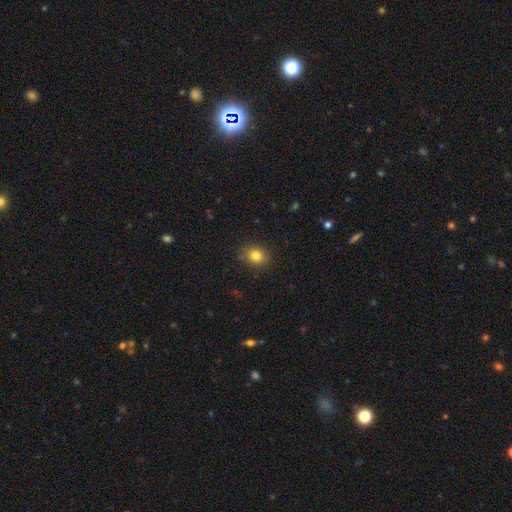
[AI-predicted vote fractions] smooth 82%, star or artifact 11%, featured or disk 7%. Down the decision tree: how rounded — round (55%); merging — none (85%).